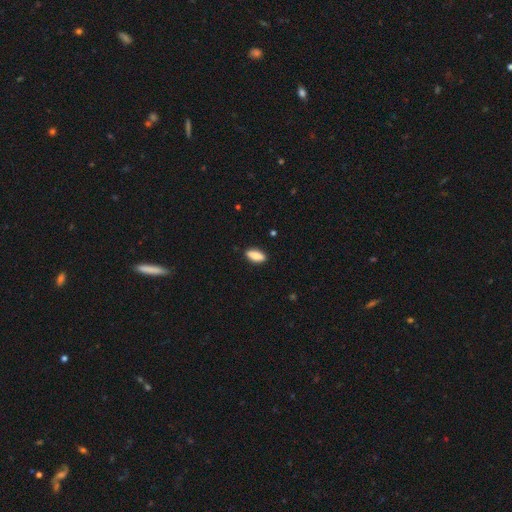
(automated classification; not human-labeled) smooth-or-featured: smooth: 84% | featured or disk: 10% | star or artifact: 6%
  how-rounded: in between: 82% | cigar-shaped: 15% | round: 3%
  merging: none: 88% | minor disturbance: 9% | major disturbance: 2% | merger: 1%